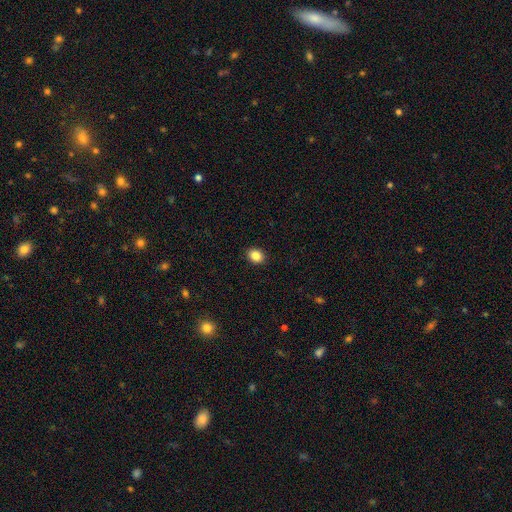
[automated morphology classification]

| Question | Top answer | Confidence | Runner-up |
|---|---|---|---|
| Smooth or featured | smooth | 87% | star or artifact (9%) |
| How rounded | in between | 54% | round (45%) |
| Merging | none | 91% | minor disturbance (6%) |